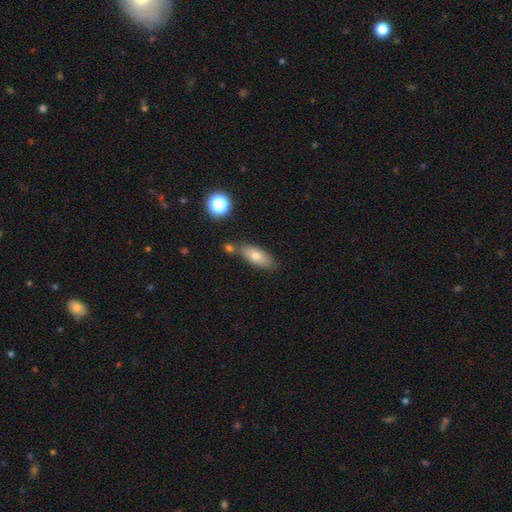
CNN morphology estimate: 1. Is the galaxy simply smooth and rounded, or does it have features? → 75% smooth, 16% featured or disk, 9% star or artifact.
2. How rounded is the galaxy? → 76% in between, 20% cigar-shaped, 4% round.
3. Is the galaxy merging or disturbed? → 70% none, 14% minor disturbance, 13% merger, 3% major disturbance.